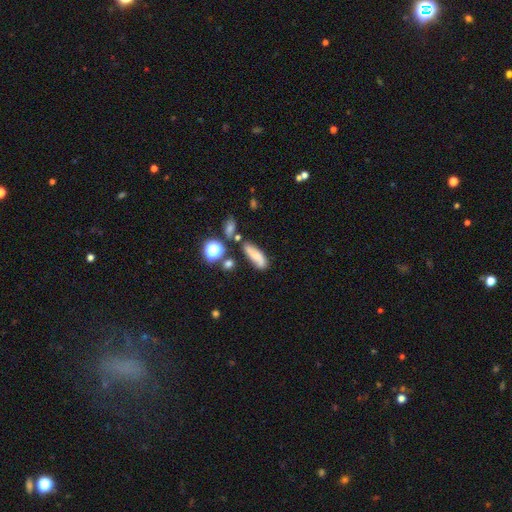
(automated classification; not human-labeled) smooth_or_featured: smooth (p=0.62) [alt: featured or disk p=0.25]
how_rounded: in between (p=0.53) [alt: cigar-shaped p=0.39]
merging: none (p=0.60) [alt: minor disturbance p=0.22]